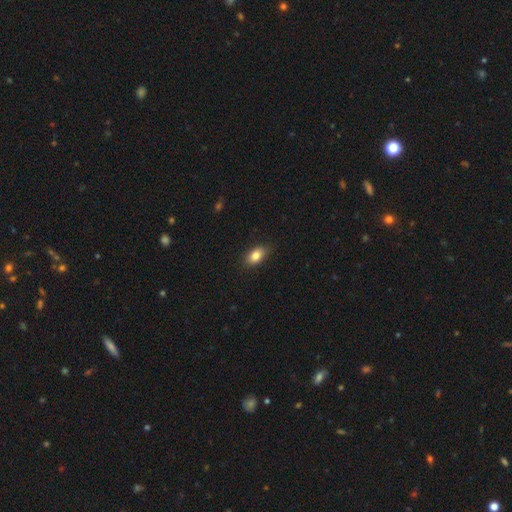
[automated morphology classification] type=smooth (83%); roundness=in between (85%); merging=none (85%).